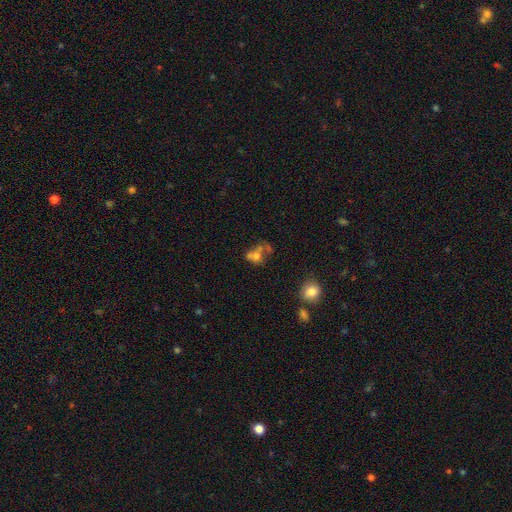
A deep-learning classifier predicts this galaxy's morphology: A smooth galaxy with no disk features (59%) that is round (53%).

Vote fractions:
- Smooth or featured? smooth: 59% / featured or disk: 25% / star or artifact: 16%
- How rounded? round: 53% / in between: 45% / cigar-shaped: 2%
- Merging? merger: 48% / none: 26% / major disturbance: 14% / minor disturbance: 12%